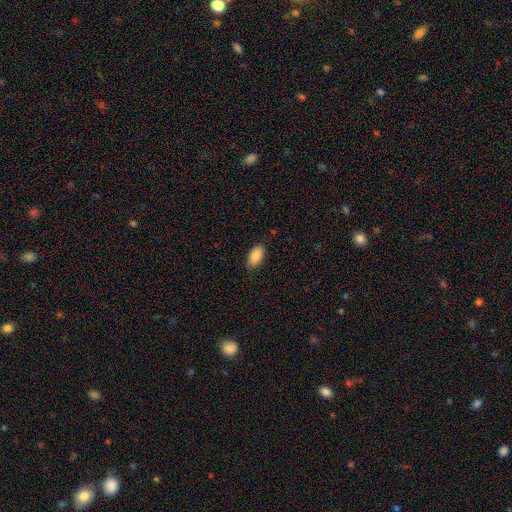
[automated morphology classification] A smooth galaxy with no disk features (90%) that is in between round and cigar-shaped (94%).

Vote fractions:
- Smooth or featured? smooth: 90% / star or artifact: 6% / featured or disk: 4%
- How rounded? in between: 94% / cigar-shaped: 3% / round: 3%
- Merging? none: 86% / minor disturbance: 11% / major disturbance: 2% / merger: 1%